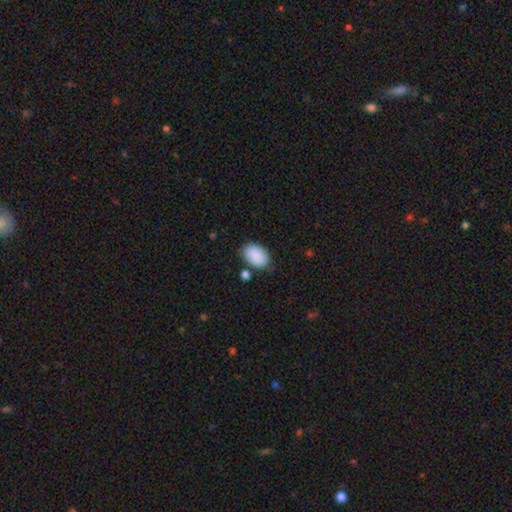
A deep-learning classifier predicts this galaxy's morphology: Smooth or featured?
  - smooth: 89% *
  - star or artifact: 7%
  - featured or disk: 4%
How rounded?
  - in between: 89% *
  - round: 10%
  - cigar-shaped: 1%
Merging?
  - none: 74% *
  - minor disturbance: 16%
  - merger: 6%
  - major disturbance: 4%